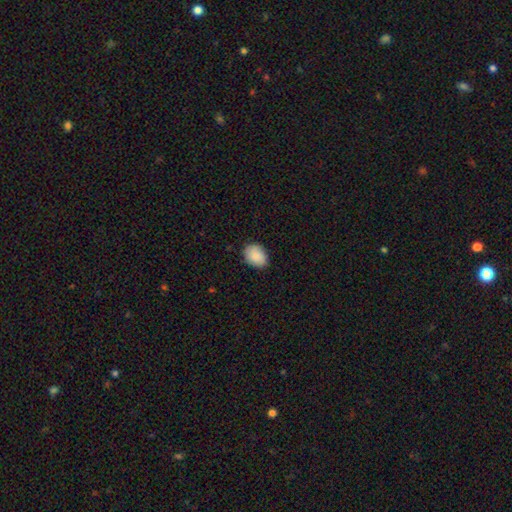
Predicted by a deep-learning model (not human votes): The model was most divided on "how rounded": in between: 69%, round: 30%, cigar-shaped: 1%. More confident: smooth or featured — smooth (88%); merging — none (83%).